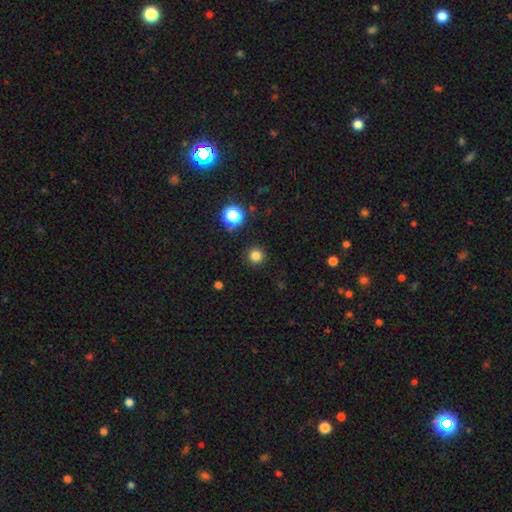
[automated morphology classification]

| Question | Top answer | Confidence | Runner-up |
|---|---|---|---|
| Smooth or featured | smooth | 82% | star or artifact (14%) |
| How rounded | round | 95% | in between (4%) |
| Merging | none | 92% | minor disturbance (5%) |